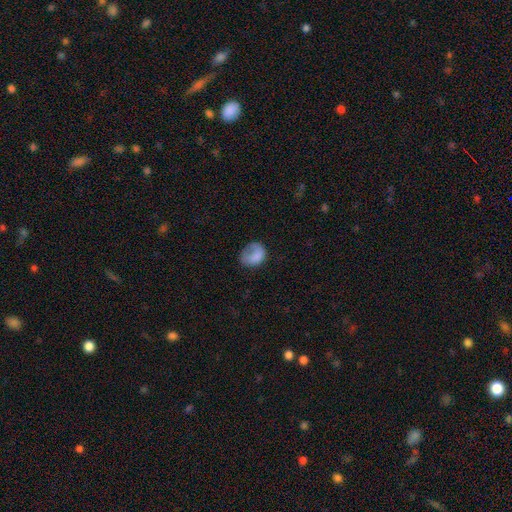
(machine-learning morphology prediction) Smooth or featured? smooth (74%)
How rounded? round (51%)
Merging? none (39%)